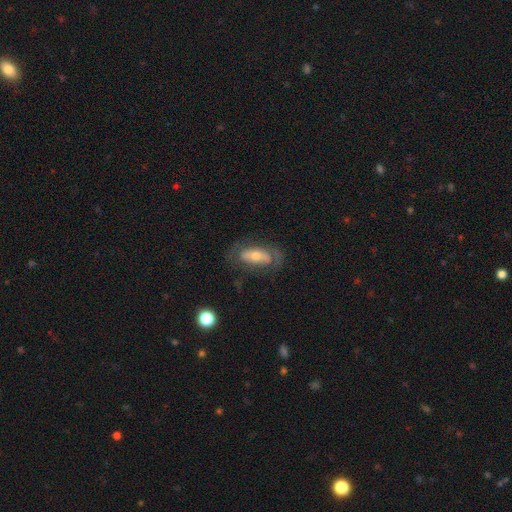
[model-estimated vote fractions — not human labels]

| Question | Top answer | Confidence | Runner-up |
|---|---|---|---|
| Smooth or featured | featured or disk | 58% | smooth (34%) |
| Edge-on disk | no | 86% | yes (14%) |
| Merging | none | 62% | minor disturbance (20%) |